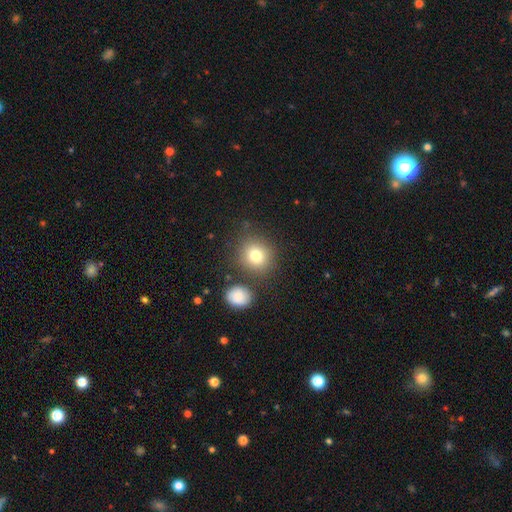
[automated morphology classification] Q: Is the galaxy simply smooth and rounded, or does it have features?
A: smooth — 79%.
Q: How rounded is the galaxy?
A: round — 84%.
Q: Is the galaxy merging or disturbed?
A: none — 78%.